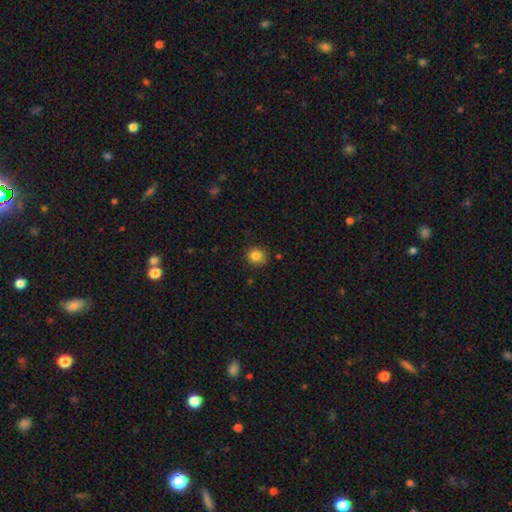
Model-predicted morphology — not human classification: Smooth or featured: smooth — 84% (star or artifact — 11%)
How rounded: round — 85% (in between — 14%)
Merging: none — 83% (minor disturbance — 12%)